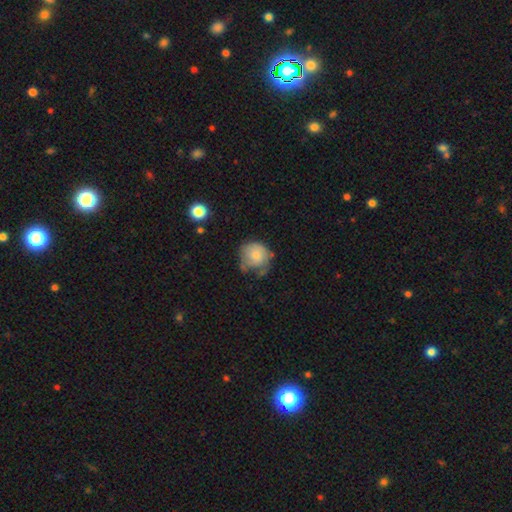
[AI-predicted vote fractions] Q: Smooth or featured?
A: smooth (65%); runner-up: featured or disk (27%)
Q: How rounded?
A: round (83%); runner-up: in between (16%)
Q: Merging?
A: none (38%); runner-up: minor disturbance (36%)